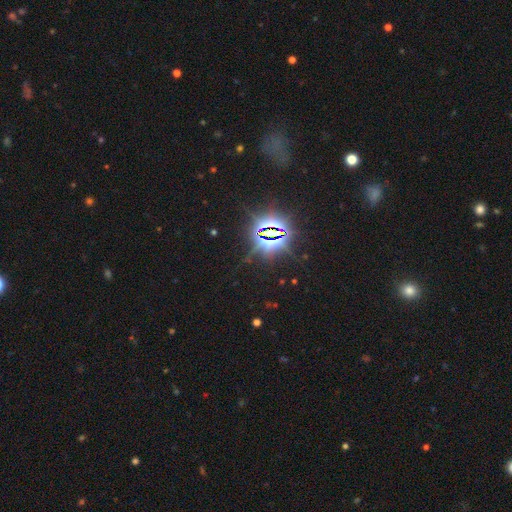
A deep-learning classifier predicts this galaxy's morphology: This appears to be a star or artifact, not a galaxy (83%).